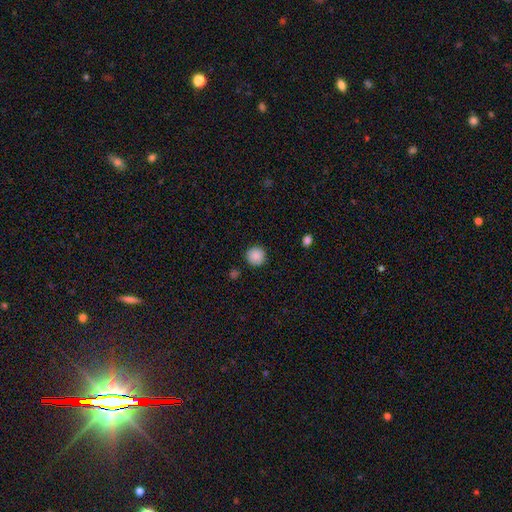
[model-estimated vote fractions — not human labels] smooth 88%, star or artifact 8%, featured or disk 4%. Down the decision tree: how rounded — round (95%); merging — none (91%).